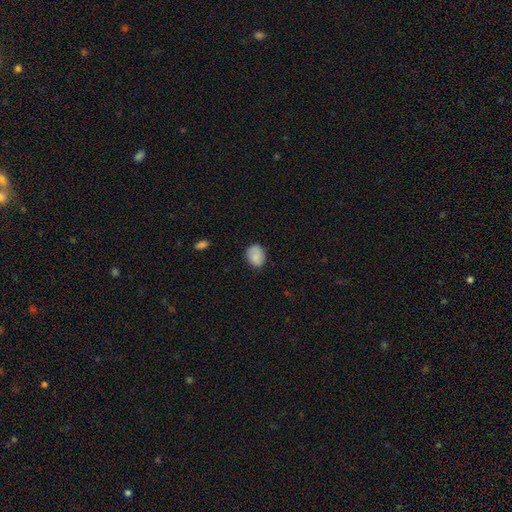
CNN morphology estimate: smooth-or-featured: smooth: 82% | featured or disk: 10% | star or artifact: 8%
  how-rounded: round: 53% | in between: 46% | cigar-shaped: 1%
  merging: none: 77% | minor disturbance: 18% | major disturbance: 3% | merger: 1%